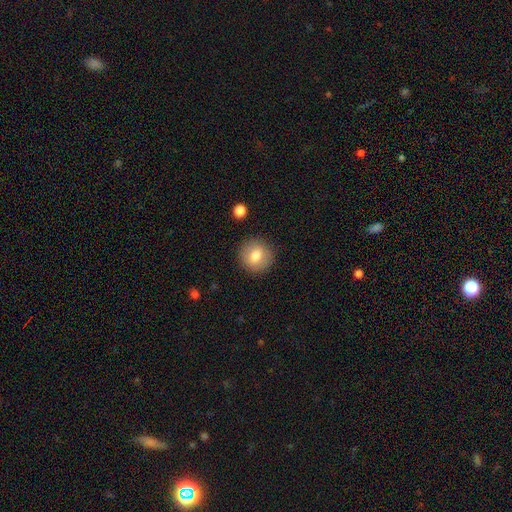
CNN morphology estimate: type=smooth (78%); roundness=round (90%); merging=none (89%).